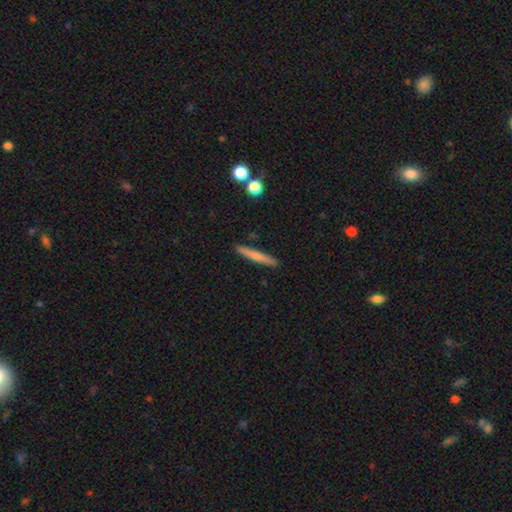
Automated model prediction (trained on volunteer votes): smooth_or_featured: smooth (p=0.69) [alt: featured or disk p=0.25]
how_rounded: cigar-shaped (p=0.95) [alt: in between p=0.04]
merging: none (p=0.90) [alt: minor disturbance p=0.07]